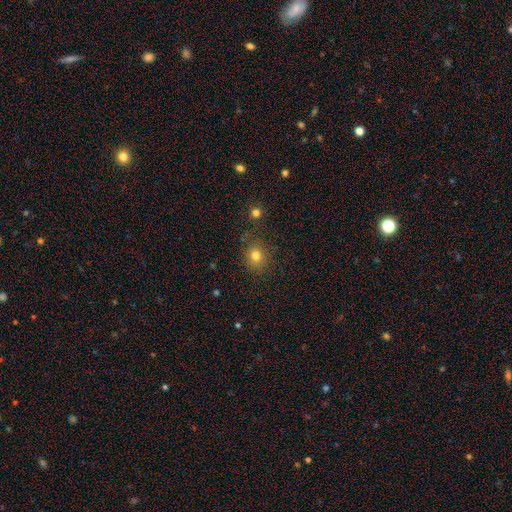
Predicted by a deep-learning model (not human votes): Smooth or featured? smooth (77%)
How rounded? round (73%)
Merging? none (82%)